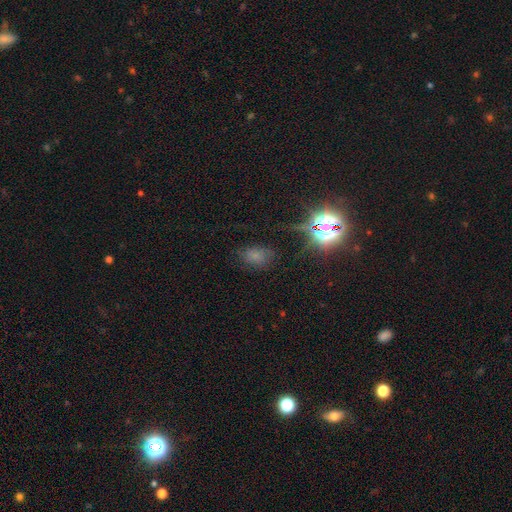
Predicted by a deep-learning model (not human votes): Morphology: type=smooth (55%); roundness=in between (84%); merging=none (71%).